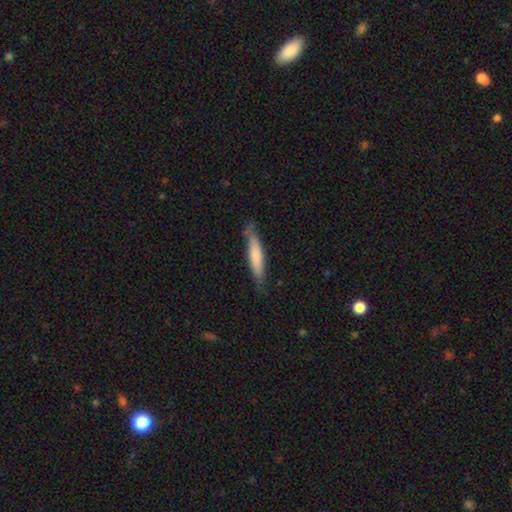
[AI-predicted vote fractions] Overall: smooth (71%). How rounded: cigar-shaped (85%). Merging: none (75%).